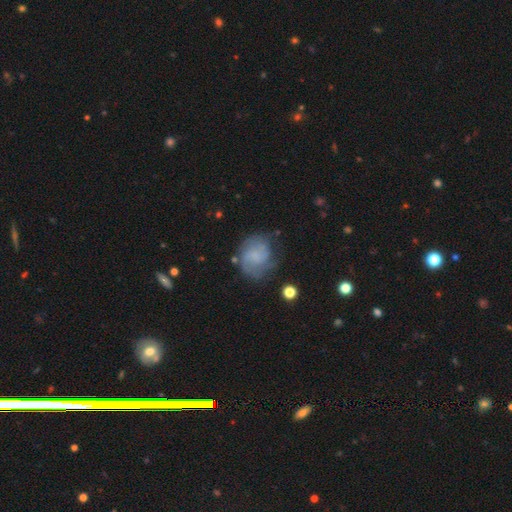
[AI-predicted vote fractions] Overall: featured or disk (50%; smooth 41%). Merging: none (60%; minor disturbance 24%).